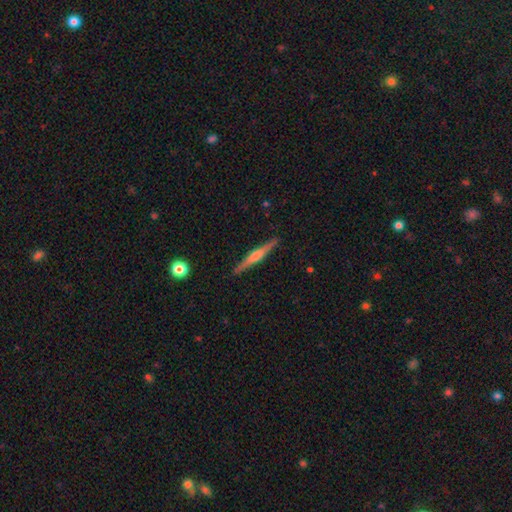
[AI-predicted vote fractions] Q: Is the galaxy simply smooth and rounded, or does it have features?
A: featured or disk — 67%.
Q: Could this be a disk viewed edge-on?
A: yes — 98%.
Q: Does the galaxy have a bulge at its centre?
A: rounded — 74%.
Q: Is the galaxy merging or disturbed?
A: none — 91%.